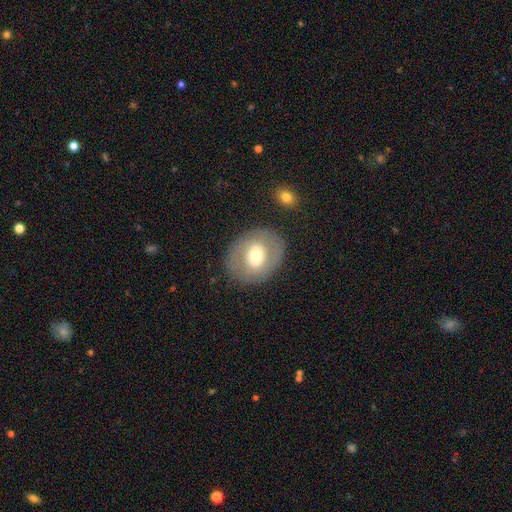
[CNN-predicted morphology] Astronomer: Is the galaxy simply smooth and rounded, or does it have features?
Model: smooth — 49% (runner-up: featured or disk, 43%).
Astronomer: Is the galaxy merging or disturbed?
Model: none — 81%.